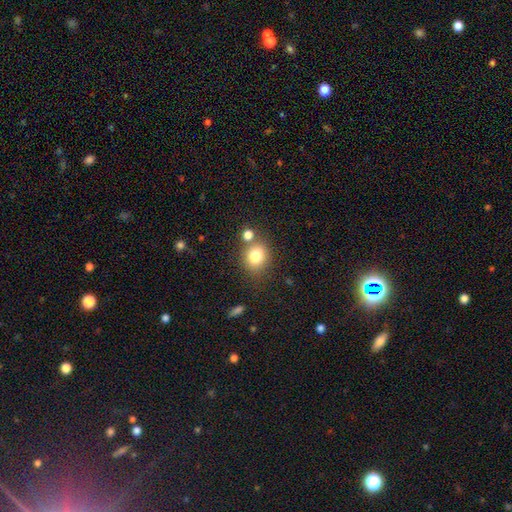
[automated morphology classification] smooth 80%, star or artifact 11%, featured or disk 9%. Down the decision tree: how rounded — round (65%); merging — none (66%).